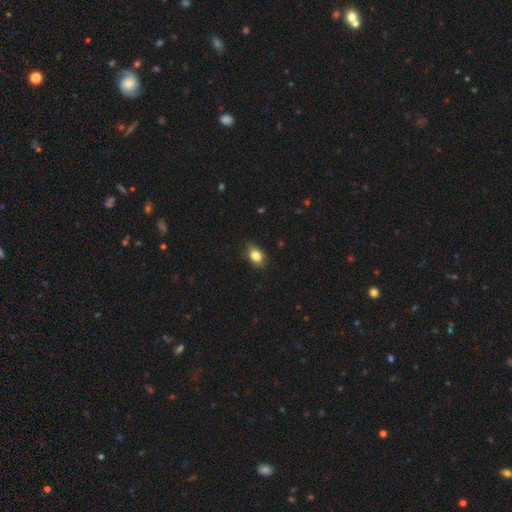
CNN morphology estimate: This appears to be a smooth galaxy with no disk features (83%) that is in between round and cigar-shaped (75%). Merging: none (70%).